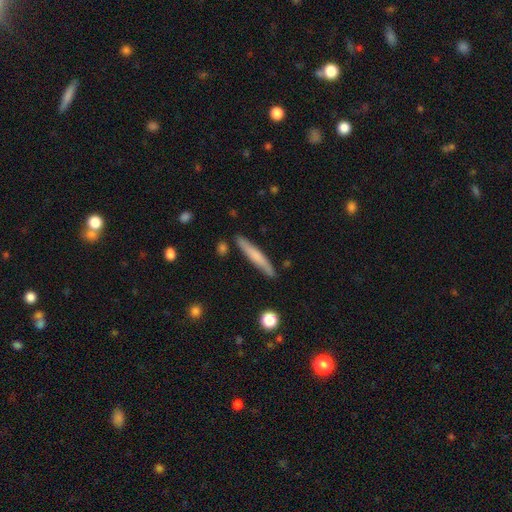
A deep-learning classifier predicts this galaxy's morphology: type=smooth (66%); roundness=cigar-shaped (94%); merging=none (86%).